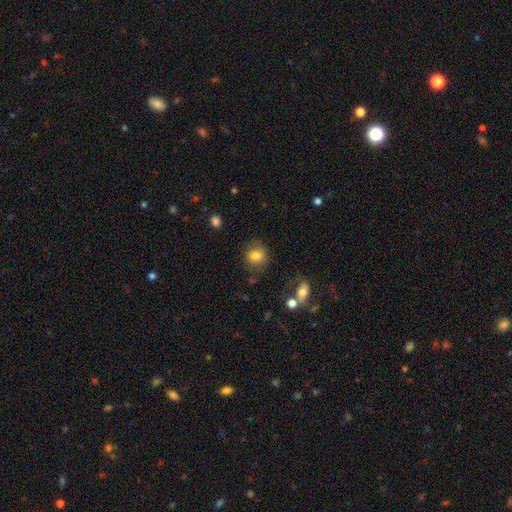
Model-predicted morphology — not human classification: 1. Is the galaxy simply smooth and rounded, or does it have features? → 81% smooth, 10% star or artifact, 9% featured or disk.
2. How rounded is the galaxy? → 79% round, 20% in between, 1% cigar-shaped.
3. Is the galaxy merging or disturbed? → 76% none, 15% minor disturbance, 6% major disturbance, 4% merger.